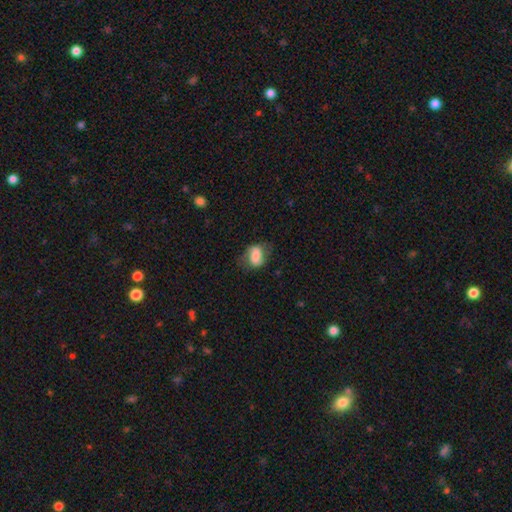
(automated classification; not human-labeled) Q: Smooth or featured?
A: smooth (57%); runner-up: featured or disk (35%)
Q: How rounded?
A: in between (78%); runner-up: round (19%)
Q: Merging?
A: none (60%); runner-up: minor disturbance (25%)